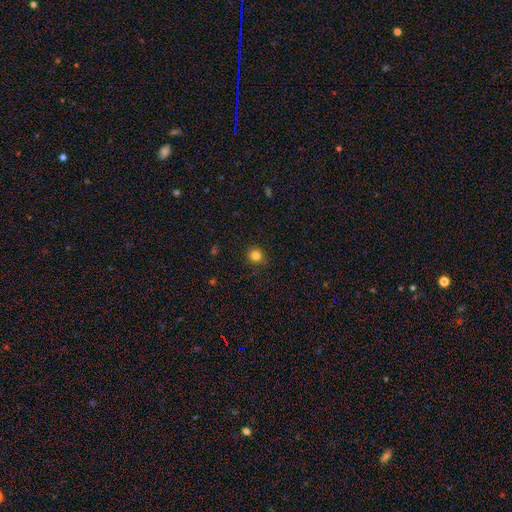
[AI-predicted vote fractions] Smooth or featured?
  - smooth: 83% *
  - star or artifact: 13%
  - featured or disk: 5%
How rounded?
  - round: 90% *
  - in between: 9%
  - cigar-shaped: 1%
Merging?
  - none: 89% *
  - minor disturbance: 7%
  - major disturbance: 2%
  - merger: 1%